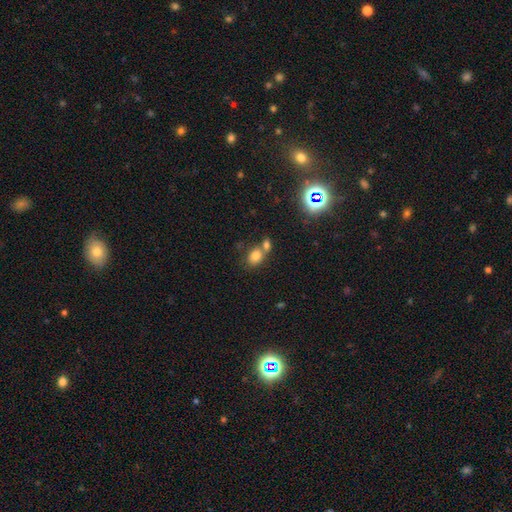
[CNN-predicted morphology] This appears to be a smooth galaxy with no disk features (79%) that is in between round and cigar-shaped (56%). Merging: merger (44%).